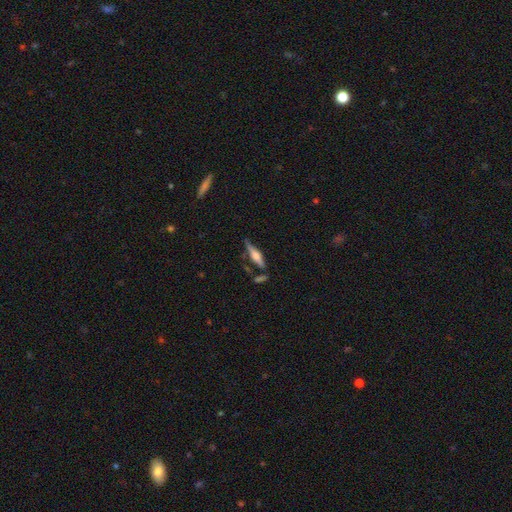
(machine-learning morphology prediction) type=featured or disk (63%); edge-on=yes (96%); edge-on bulge=rounded (78%); merging=none (72%).